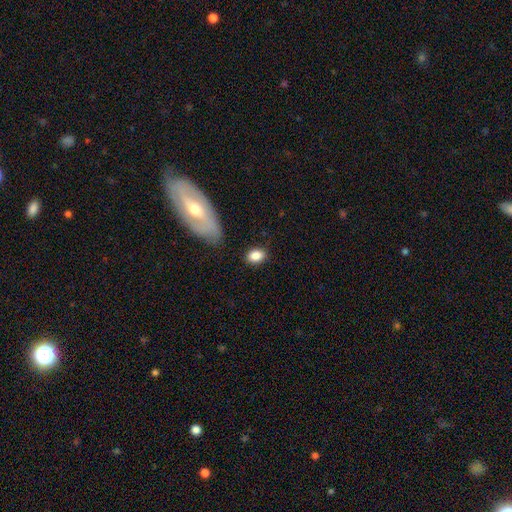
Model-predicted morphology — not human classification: smooth_or_featured: smooth (p=0.84) [alt: featured or disk p=0.08]
how_rounded: in between (p=0.80) [alt: round p=0.17]
merging: none (p=0.81) [alt: minor disturbance p=0.12]